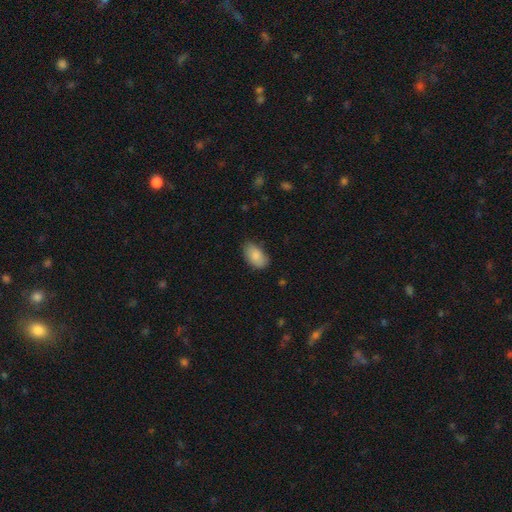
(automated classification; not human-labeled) This is clearly a smooth galaxy (85%). How rounded: clearly in between (93%). Merging: likely none (74%).